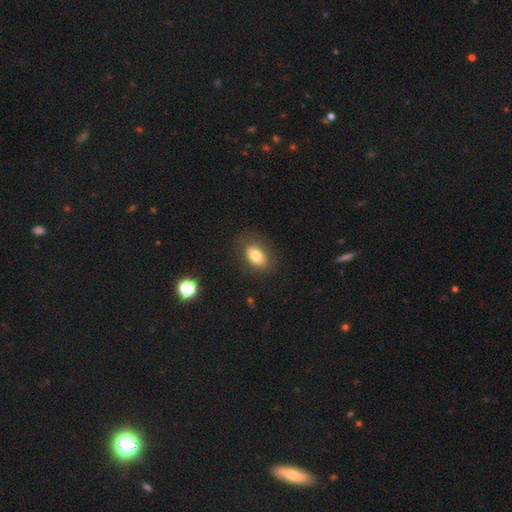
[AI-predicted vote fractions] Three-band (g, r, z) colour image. It shows a smooth galaxy with no disk features (74%) that is in between round and cigar-shaped (84%). Merging: none (80%).